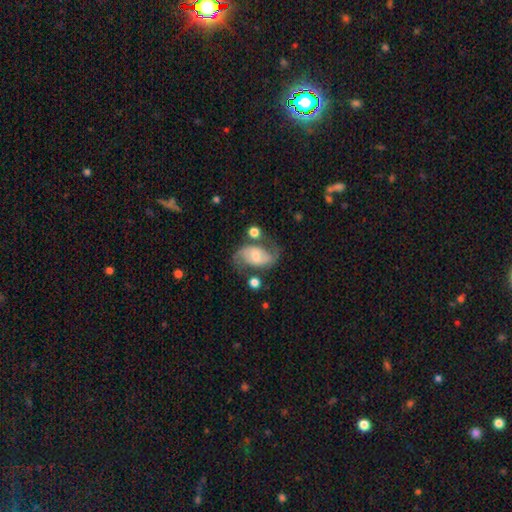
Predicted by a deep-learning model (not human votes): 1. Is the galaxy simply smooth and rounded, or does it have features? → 78% featured or disk, 16% smooth, 6% star or artifact.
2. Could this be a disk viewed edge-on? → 97% no, 3% yes.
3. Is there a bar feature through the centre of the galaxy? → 46% no, 40% weak, 13% strong.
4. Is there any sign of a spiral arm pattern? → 93% yes, 7% no.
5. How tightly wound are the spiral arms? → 48% medium, 36% loose, 16% tight.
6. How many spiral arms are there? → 90% 2, 5% can't tell, 2% 1, 1% 3, 1% 4, 1% more than 4.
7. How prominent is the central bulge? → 53% moderate, 38% small, 5% large, 3% none, 1% dominant.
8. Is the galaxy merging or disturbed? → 64% none, 18% minor disturbance, 10% major disturbance, 8% merger.